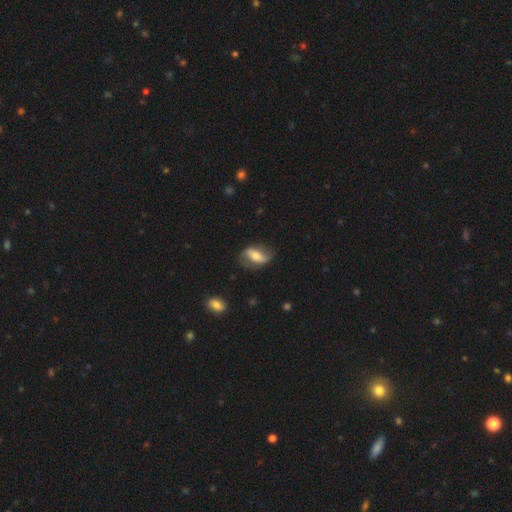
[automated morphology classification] Q: Smooth or featured?
A: featured or disk (61%); runner-up: smooth (32%)
Q: Edge-on disk?
A: no (89%); runner-up: yes (11%)
Q: Bar?
A: strong (43%); runner-up: weak (30%)
Q: Spiral arms?
A: yes (81%); runner-up: no (19%)
Q: Bulge size?
A: moderate (55%); runner-up: small (30%)
Q: Merging?
A: none (70%); runner-up: minor disturbance (20%)